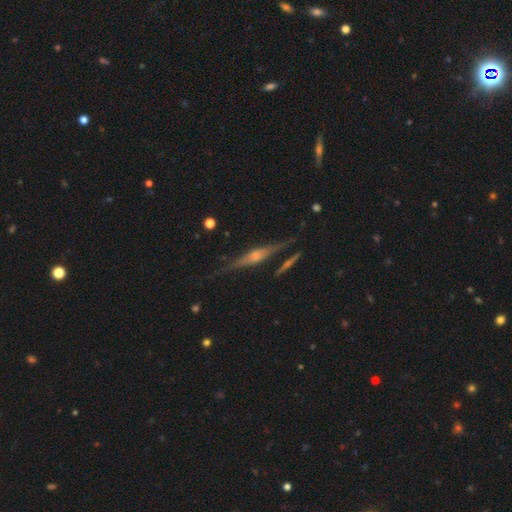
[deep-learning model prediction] A featured or disk galaxy (77%) viewed edge-on (96%) with a rounded central bulge (77%). Merging: none (79%).